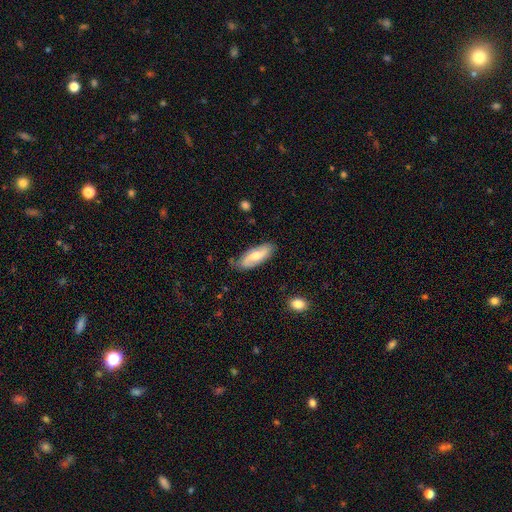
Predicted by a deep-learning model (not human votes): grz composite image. It shows a featured or disk galaxy (48%). Merging: none (77%).